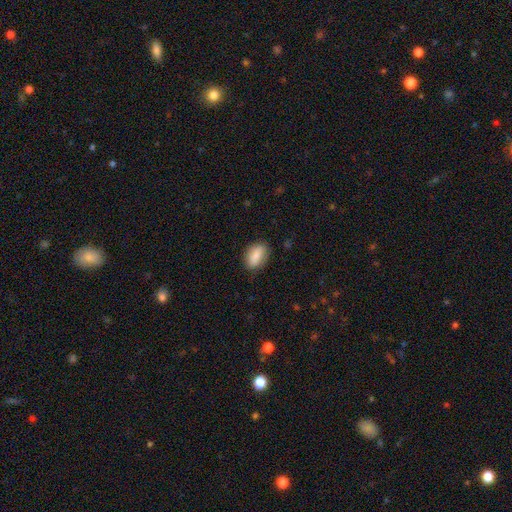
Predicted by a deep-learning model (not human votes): Smooth or featured? smooth (84%)
How rounded? in between (86%)
Merging? none (80%)